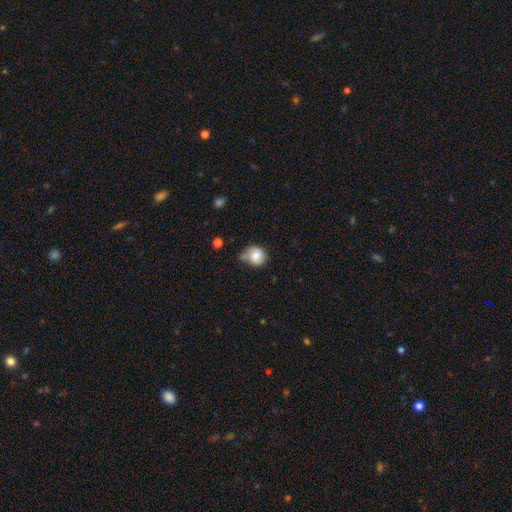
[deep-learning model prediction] Smooth or featured: smooth — 79% (featured or disk — 13%)
How rounded: round — 77% (in between — 22%)
Merging: none — 39% (minor disturbance — 38%)